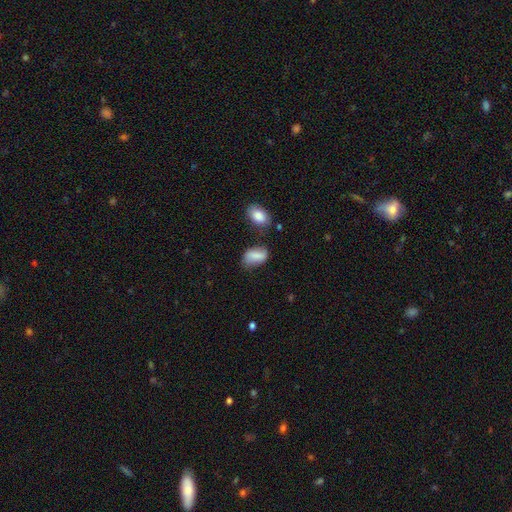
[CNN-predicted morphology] Overall: smooth (78%). How rounded: in between (90%). Merging: none (55%; minor disturbance 29%).